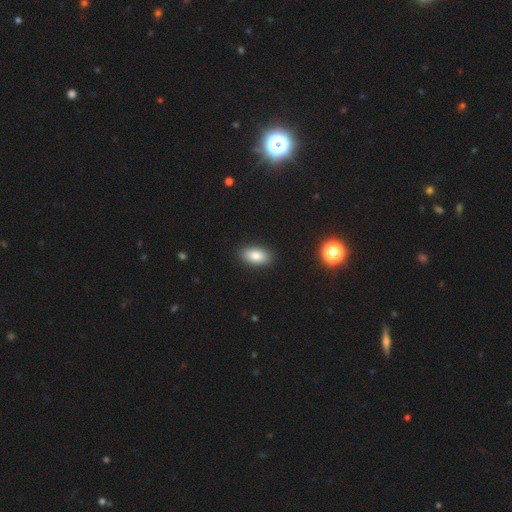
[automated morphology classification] Smooth or featured? Predicted: smooth (p=0.83). How rounded? Predicted: in between (p=0.92). Merging? Predicted: none (p=0.89).